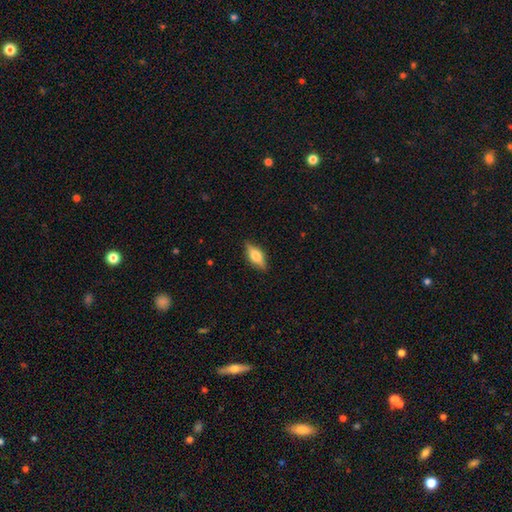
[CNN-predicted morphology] Q: Smooth or featured?
A: smooth (52%); runner-up: featured or disk (41%)
Q: How rounded?
A: in between (71%); runner-up: cigar-shaped (25%)
Q: Merging?
A: none (85%); runner-up: minor disturbance (12%)